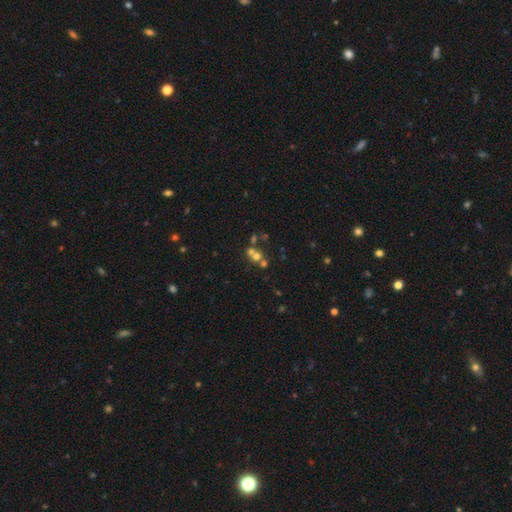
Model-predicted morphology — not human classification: The model was most divided on "merging": merger: 50%, none: 39%, minor disturbance: 7%, major disturbance: 4%. More confident: how rounded — round (79%); smooth or featured — smooth (51%).